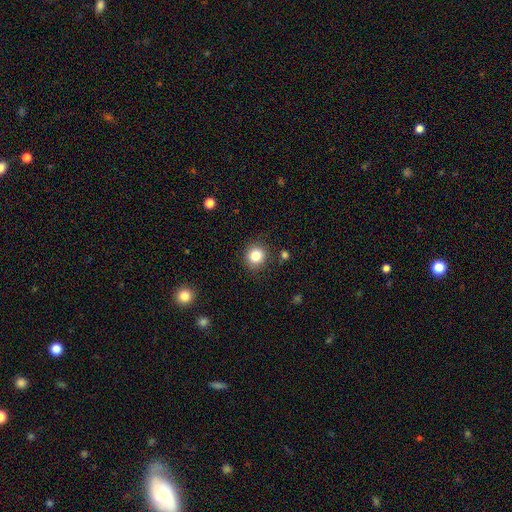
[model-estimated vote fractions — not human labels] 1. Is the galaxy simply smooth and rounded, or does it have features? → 82% smooth, 11% star or artifact, 7% featured or disk.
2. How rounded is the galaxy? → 88% round, 11% in between, 1% cigar-shaped.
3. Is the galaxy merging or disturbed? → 88% none, 8% minor disturbance, 3% major disturbance, 2% merger.